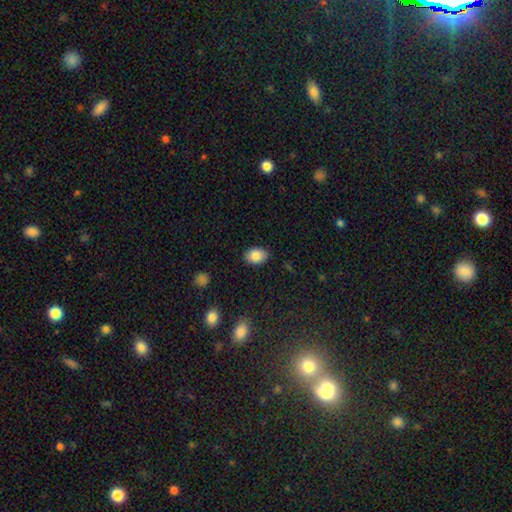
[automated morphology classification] A smooth galaxy with no disk features (84%) that is in between round and cigar-shaped (79%). Merging: none (87%).